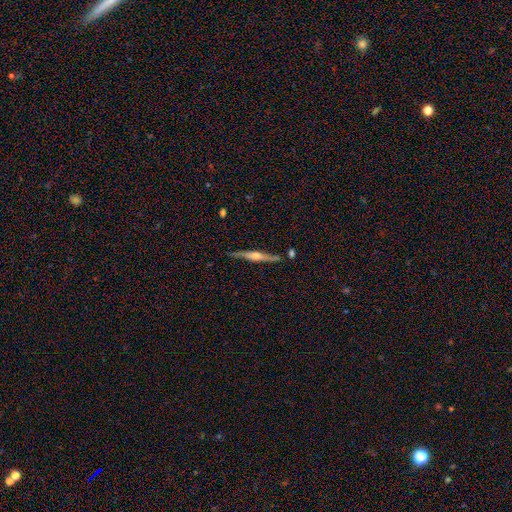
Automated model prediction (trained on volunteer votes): smooth-or-featured: featured or disk: 75% | smooth: 19% | star or artifact: 6%
  disk-edge-on: yes: 96% | no: 4%
    edge-on-bulge: rounded: 82% | boxy: 10% | none: 7%
  merging: none: 83% | minor disturbance: 11% | merger: 4% | major disturbance: 2%